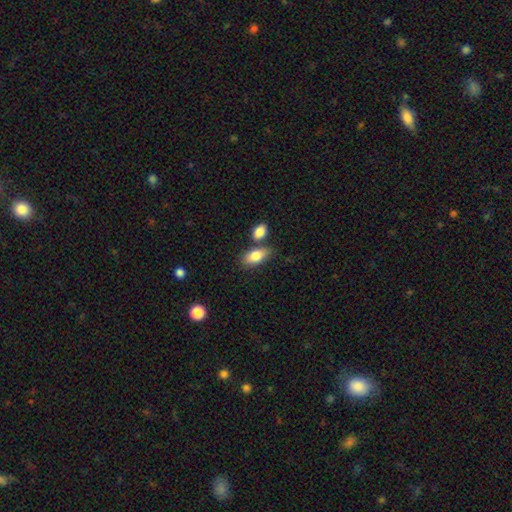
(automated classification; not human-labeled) This is clearly a smooth galaxy (82%). How rounded: clearly in between (87%). Merging: likely none (61%).